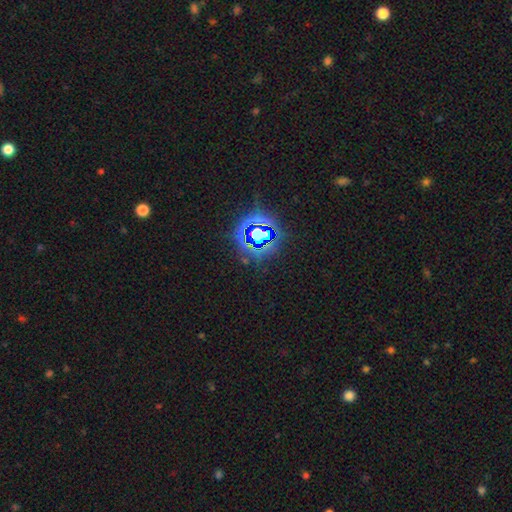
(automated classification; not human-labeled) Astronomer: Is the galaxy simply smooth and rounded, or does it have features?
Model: star or artifact — 82%.